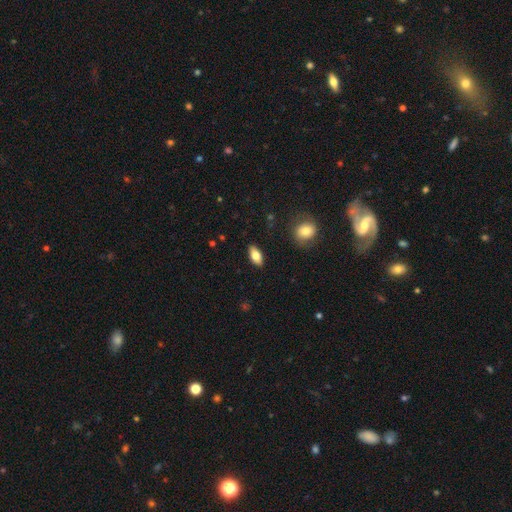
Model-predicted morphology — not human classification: Smooth or featured: smooth — 74% (featured or disk — 19%)
How rounded: in between — 88% (cigar-shaped — 9%)
Merging: none — 88% (minor disturbance — 9%)